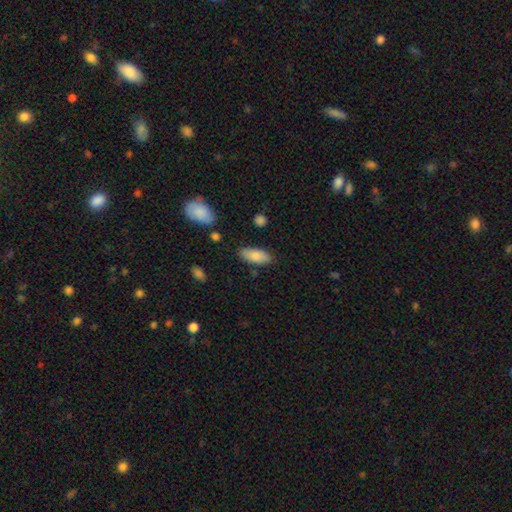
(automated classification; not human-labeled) A smooth galaxy with no disk features (84%) that is in between round and cigar-shaped (80%).

Vote fractions:
- Smooth or featured? smooth: 84% / featured or disk: 9% / star or artifact: 6%
- How rounded? in between: 80% / cigar-shaped: 18% / round: 2%
- Merging? none: 83% / minor disturbance: 12% / major disturbance: 3% / merger: 3%